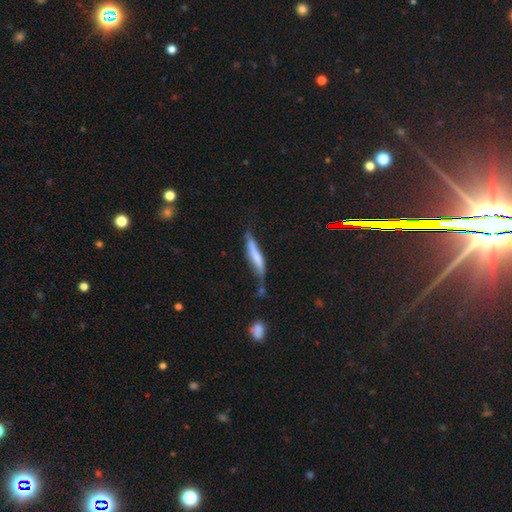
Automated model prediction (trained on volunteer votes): The model was most divided on "merging": none: 36%, minor disturbance: 33%, major disturbance: 17%, merger: 14%. More confident: how rounded — cigar-shaped (88%); smooth or featured — smooth (56%).